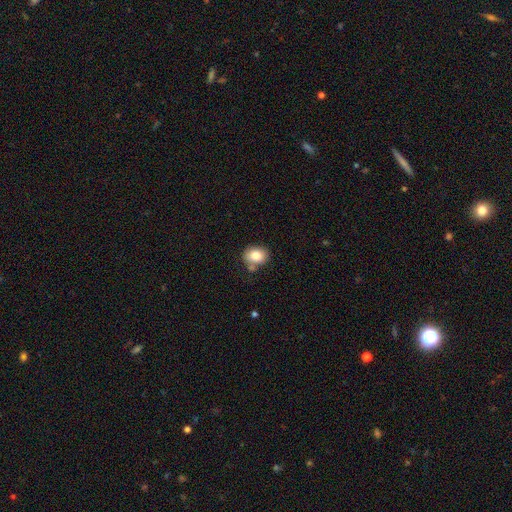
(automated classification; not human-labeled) Smooth or featured? Predicted: smooth (p=0.83). How rounded? Predicted: round (p=0.50). Merging? Predicted: none (p=0.64).